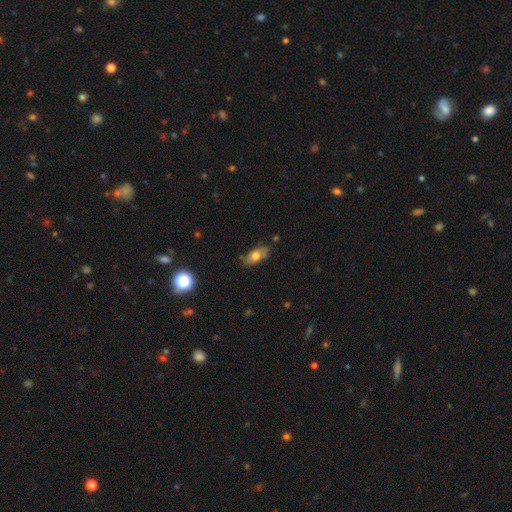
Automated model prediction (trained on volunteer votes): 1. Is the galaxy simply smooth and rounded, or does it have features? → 65% smooth, 27% featured or disk, 9% star or artifact.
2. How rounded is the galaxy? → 85% in between, 9% cigar-shaped, 6% round.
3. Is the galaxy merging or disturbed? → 74% none, 19% minor disturbance, 4% major disturbance, 2% merger.